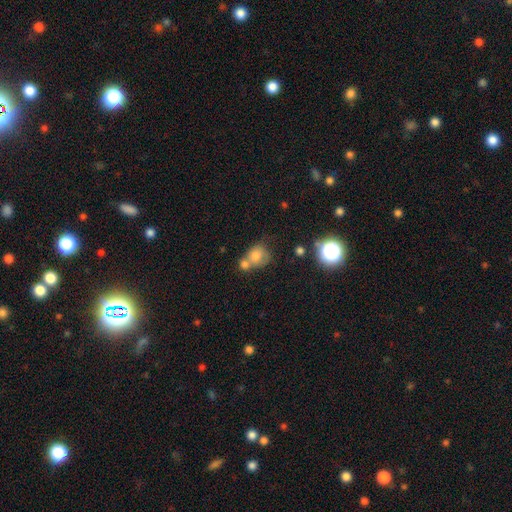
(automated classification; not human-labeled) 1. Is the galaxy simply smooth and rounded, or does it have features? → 72% smooth, 16% featured or disk, 12% star or artifact.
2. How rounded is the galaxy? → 63% round, 36% in between, 1% cigar-shaped.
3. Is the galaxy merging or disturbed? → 53% merger, 28% none, 12% minor disturbance, 7% major disturbance.